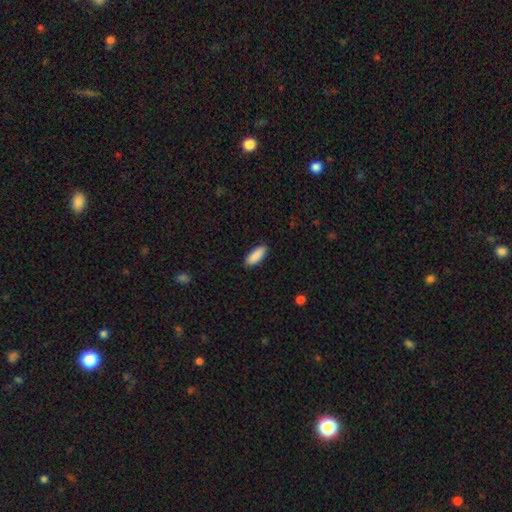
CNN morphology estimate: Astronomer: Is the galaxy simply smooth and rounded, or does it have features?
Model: smooth — 90%.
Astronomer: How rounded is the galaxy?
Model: in between — 72%.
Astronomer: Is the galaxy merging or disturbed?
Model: none — 89%.